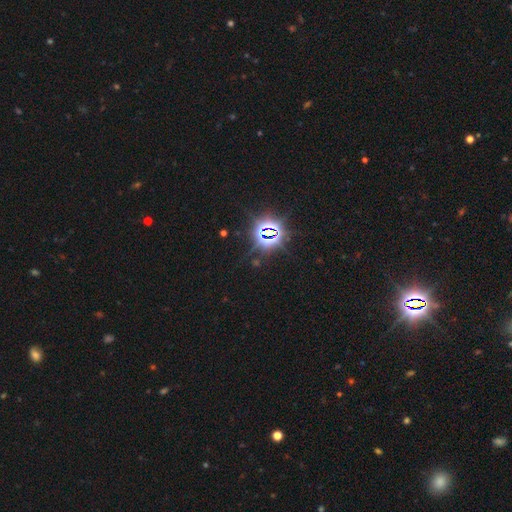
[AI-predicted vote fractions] A star or artifact, not a galaxy (82%).

Vote fractions:
- Smooth or featured? star or artifact: 82% / smooth: 11% / featured or disk: 7%